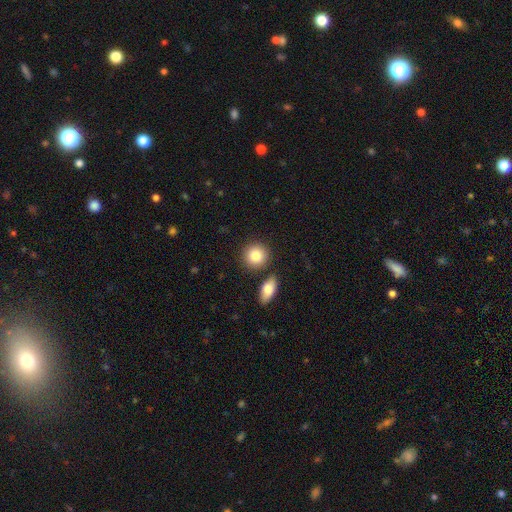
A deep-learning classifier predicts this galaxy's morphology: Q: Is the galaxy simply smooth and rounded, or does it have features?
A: smooth — 85%.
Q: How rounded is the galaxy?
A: round — 85%.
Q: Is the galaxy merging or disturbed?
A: none — 78%.